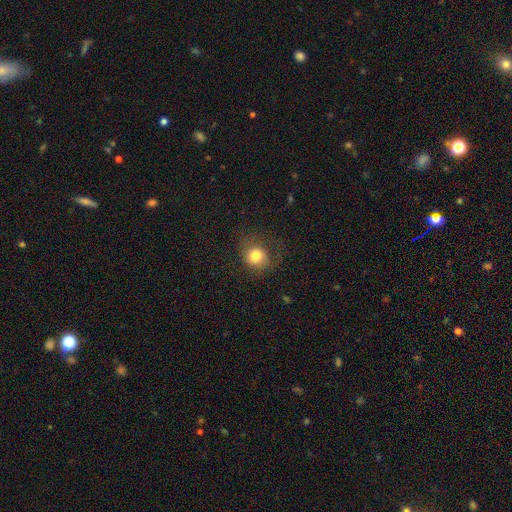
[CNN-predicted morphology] Smooth or featured? Predicted: smooth (p=0.78). How rounded? Predicted: round (p=0.82). Merging? Predicted: none (p=0.65).